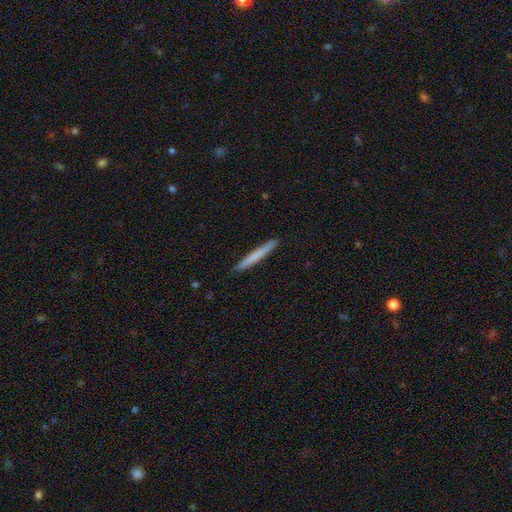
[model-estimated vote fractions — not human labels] Smooth or featured? Predicted: smooth (p=0.70). How rounded? Predicted: cigar-shaped (p=0.97). Merging? Predicted: none (p=0.92).